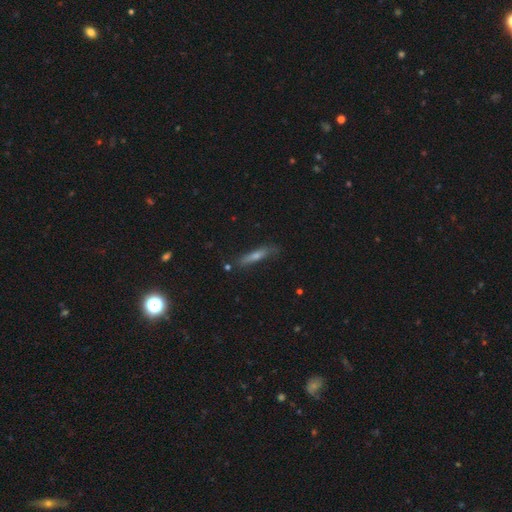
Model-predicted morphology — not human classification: A smooth galaxy with no disk features (44%, tied with featured or disk). Merging: none (77%).